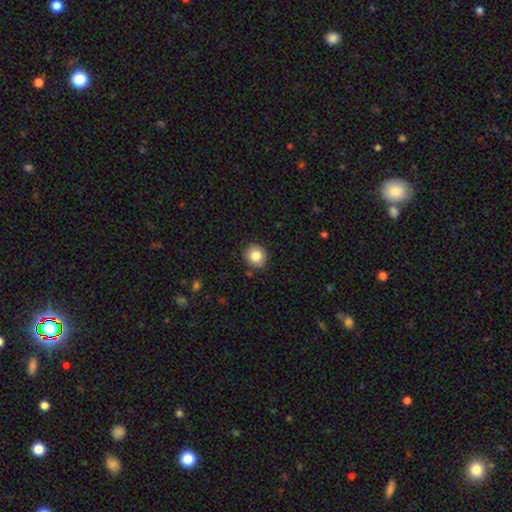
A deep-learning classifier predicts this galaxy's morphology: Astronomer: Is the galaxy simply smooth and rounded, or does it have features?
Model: smooth — 83%.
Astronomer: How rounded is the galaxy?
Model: round — 87%.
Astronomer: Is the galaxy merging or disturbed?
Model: none — 88%.